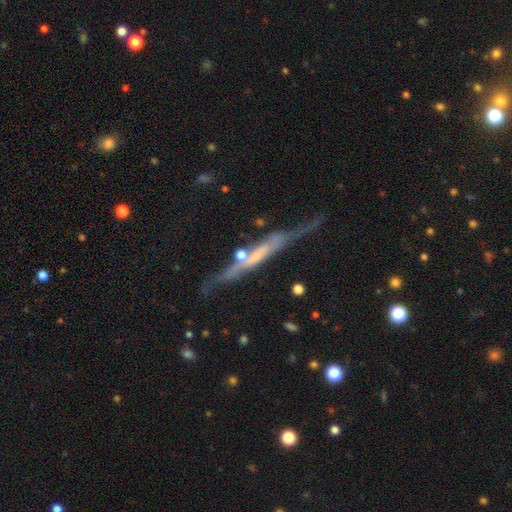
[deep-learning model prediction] featured or disk 72%, smooth 20%, star or artifact 7%. Down the decision tree: edge-on disk — yes (85%); edge-on bulge — none (54%); merging — none (52%).